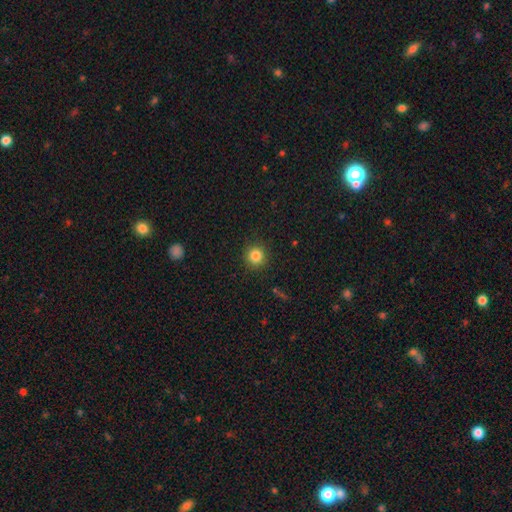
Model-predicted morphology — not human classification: Smooth or featured?
  - smooth: 83% *
  - star or artifact: 11%
  - featured or disk: 5%
How rounded?
  - round: 93% *
  - in between: 6%
  - cigar-shaped: 1%
Merging?
  - none: 90% *
  - minor disturbance: 6%
  - major disturbance: 2%
  - merger: 1%